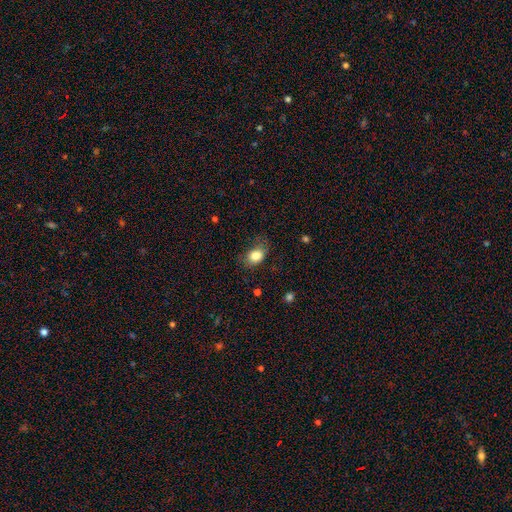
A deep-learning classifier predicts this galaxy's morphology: The model was most divided on "merging": none: 57%, minor disturbance: 28%, major disturbance: 13%, merger: 2%. More confident: smooth or featured — smooth (84%); how rounded — in between (65%).